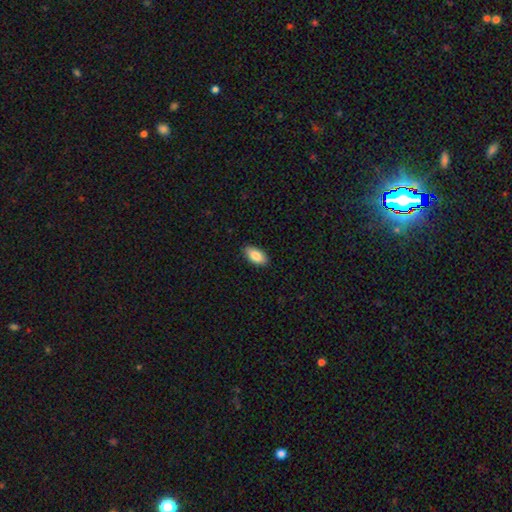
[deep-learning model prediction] Q: Smooth or featured?
A: smooth (85%); runner-up: featured or disk (8%)
Q: How rounded?
A: in between (93%); runner-up: cigar-shaped (4%)
Q: Merging?
A: none (86%); runner-up: minor disturbance (11%)